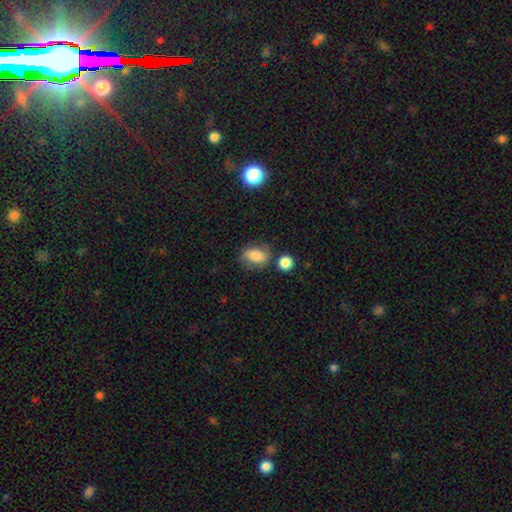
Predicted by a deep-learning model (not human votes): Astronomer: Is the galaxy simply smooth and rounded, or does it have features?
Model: smooth — 77%.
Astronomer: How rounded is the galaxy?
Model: in between — 75%.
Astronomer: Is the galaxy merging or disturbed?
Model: none — 64%.